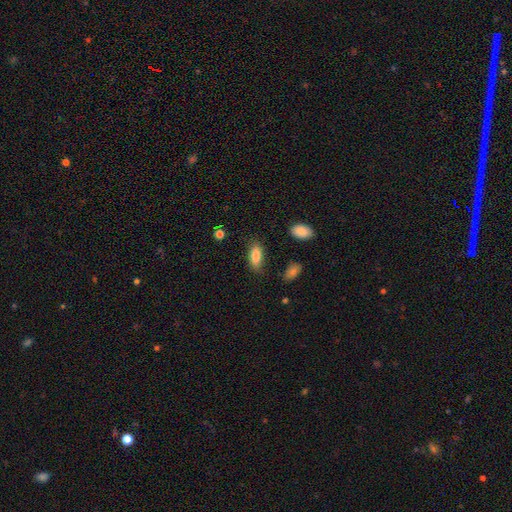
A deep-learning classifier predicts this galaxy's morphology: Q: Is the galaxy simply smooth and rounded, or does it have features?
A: smooth — 85%.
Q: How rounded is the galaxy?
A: in between — 81%.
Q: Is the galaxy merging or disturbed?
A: none — 79%.